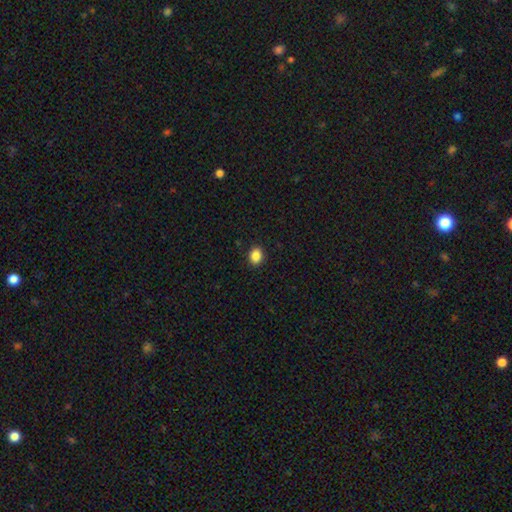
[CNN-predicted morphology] This is clearly a smooth galaxy (88%). How rounded: possibly in between (54%). Merging: clearly none (91%).